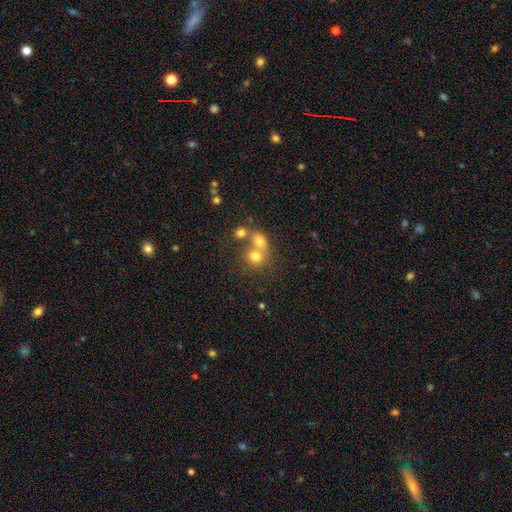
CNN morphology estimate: smooth_or_featured: smooth (p=0.69) [alt: star or artifact p=0.16]
how_rounded: round (p=0.74) [alt: in between p=0.25]
merging: merger (p=0.54) [alt: none p=0.35]